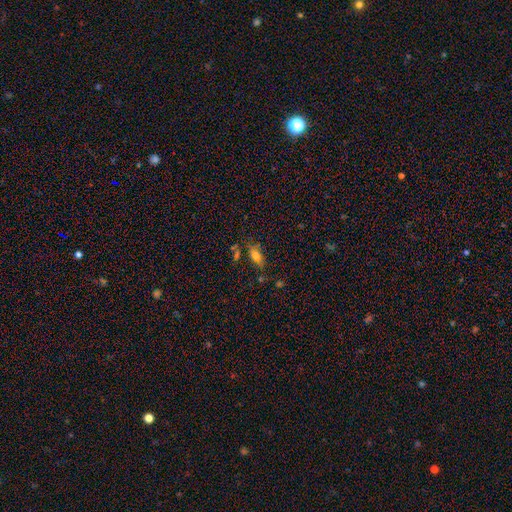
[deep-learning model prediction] smooth 71%, featured or disk 20%, star or artifact 9%. Down the decision tree: how rounded — in between (79%); merging — none (72%).